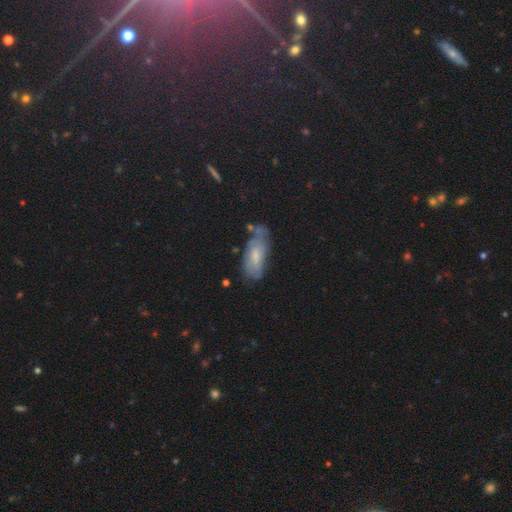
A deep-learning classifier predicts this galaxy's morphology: A smooth galaxy with no disk features (47%). Merging: none (56%).